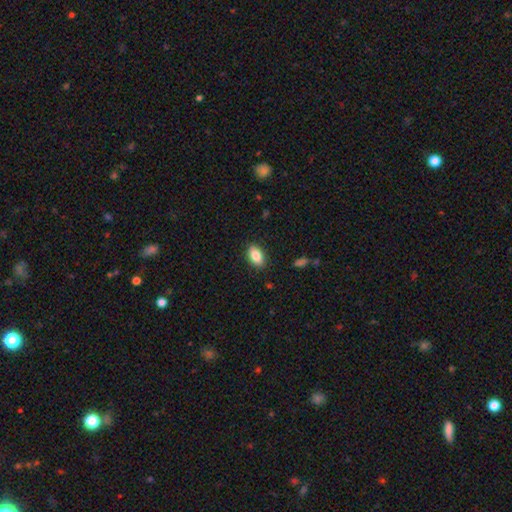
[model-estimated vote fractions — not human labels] A smooth galaxy with no disk features (85%) that is in between round and cigar-shaped (90%).

Vote fractions:
- Smooth or featured? smooth: 85% / star or artifact: 7% / featured or disk: 7%
- How rounded? in between: 90% / round: 7% / cigar-shaped: 3%
- Merging? none: 88% / minor disturbance: 9% / major disturbance: 2% / merger: 1%